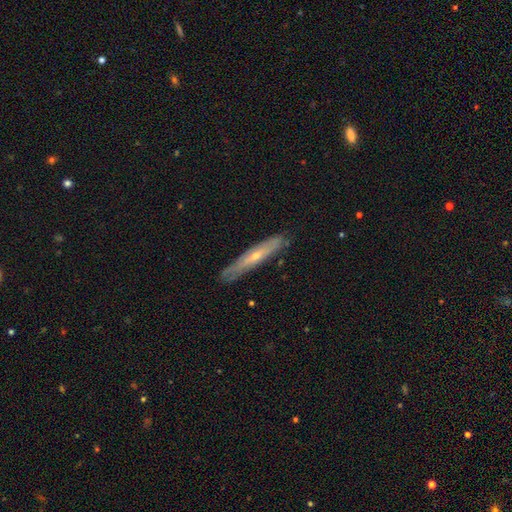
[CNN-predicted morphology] A featured or disk galaxy (60%) viewed edge-on (74%).

Vote fractions:
- Smooth or featured? featured or disk: 60% / smooth: 34% / star or artifact: 6%
- Edge-on disk? yes: 74% / no: 26%
- Merging? none: 81% / minor disturbance: 15% / major disturbance: 3% / merger: 1%